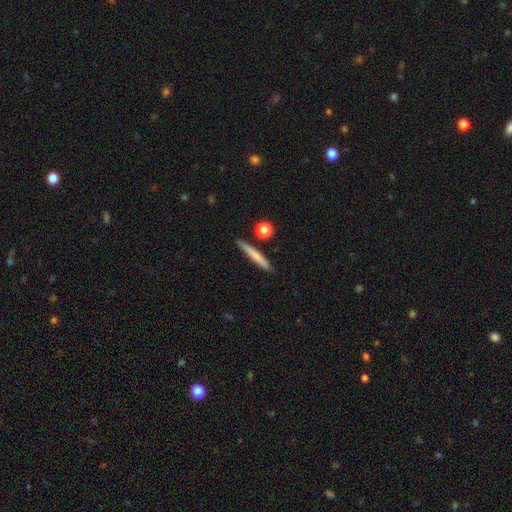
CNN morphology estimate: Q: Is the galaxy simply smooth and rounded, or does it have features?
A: smooth — 70%.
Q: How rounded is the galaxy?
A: cigar-shaped — 93%.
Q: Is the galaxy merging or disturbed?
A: none — 85%.